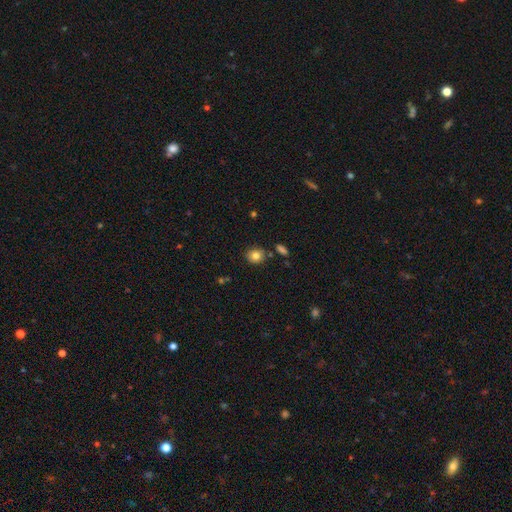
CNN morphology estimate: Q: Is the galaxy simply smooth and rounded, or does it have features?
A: smooth — 81%.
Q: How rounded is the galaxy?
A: round — 76%.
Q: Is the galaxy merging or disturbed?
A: none — 83%.